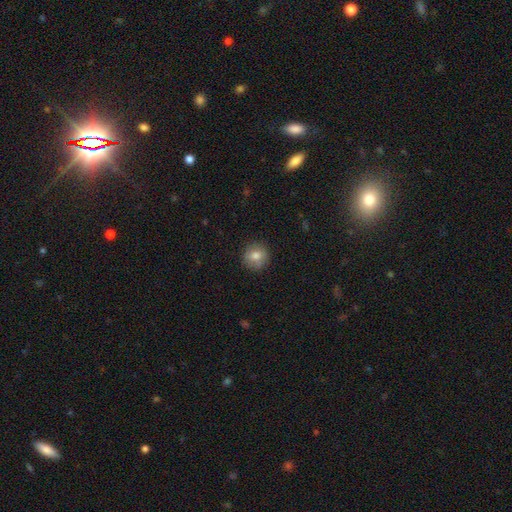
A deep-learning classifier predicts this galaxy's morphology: Overall: smooth (76%). How rounded: round (87%). Merging: none (86%).